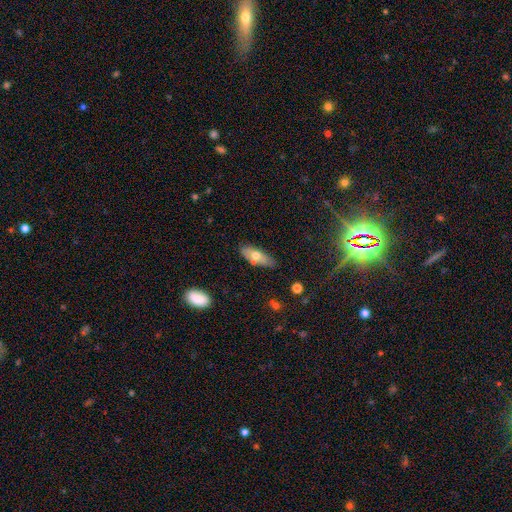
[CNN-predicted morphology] This appears to be a smooth galaxy with no disk features (64%) that is in between round and cigar-shaped (68%). Merging: none (70%).